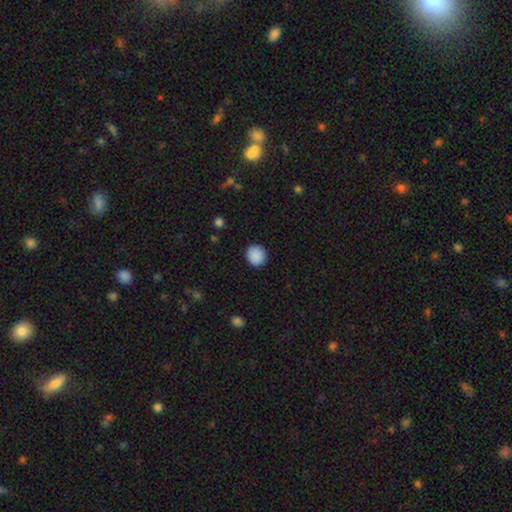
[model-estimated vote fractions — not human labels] Overall: smooth (89%). How rounded: round (91%). Merging: none (90%).